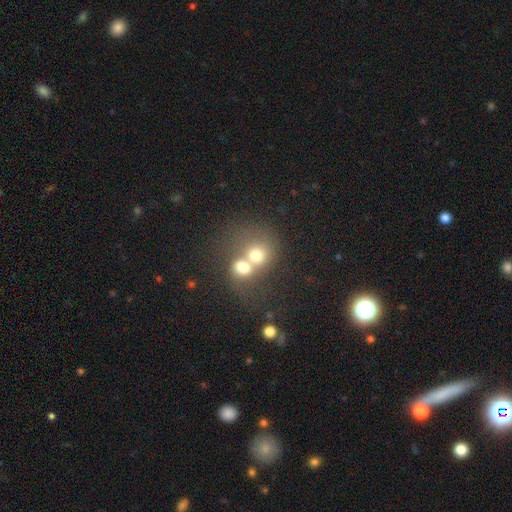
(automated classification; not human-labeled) Morphology: type=smooth (67%); roundness=round (70%); merging=merger (73%).